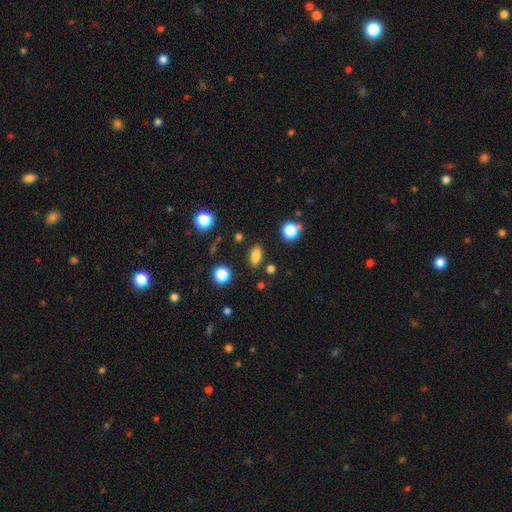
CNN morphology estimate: smooth 82%, star or artifact 11%, featured or disk 6%. Down the decision tree: how rounded — in between (80%); merging — none (86%).